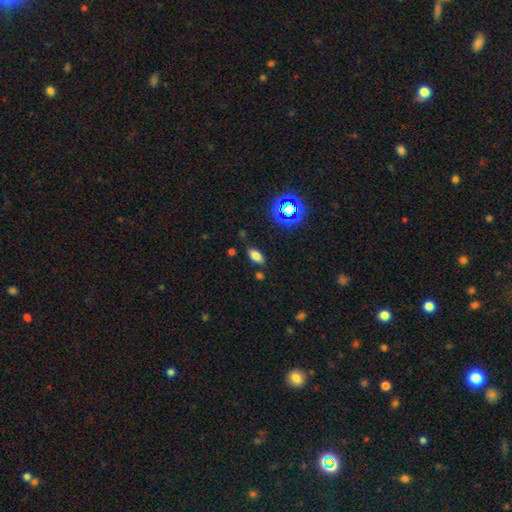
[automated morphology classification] type=smooth (72%); roundness=in between (84%); merging=none (82%).